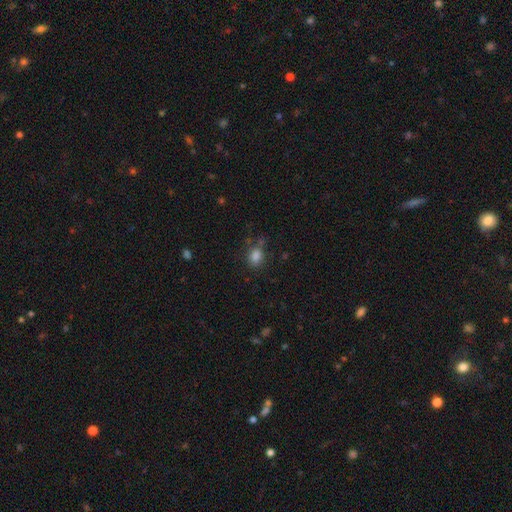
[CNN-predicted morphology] This appears to be a smooth galaxy with no disk features (83%) that is in between round and cigar-shaped (55%). Merging: none (69%).